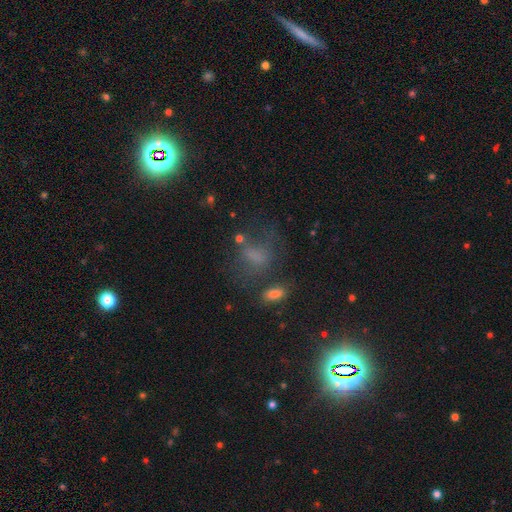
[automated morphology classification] smooth-or-featured: smooth: 50% | star or artifact: 28% | featured or disk: 21%
  how-rounded: in between: 66% | round: 28% | cigar-shaped: 6%
  merging: none: 45% | major disturbance: 26% | minor disturbance: 20% | merger: 9%